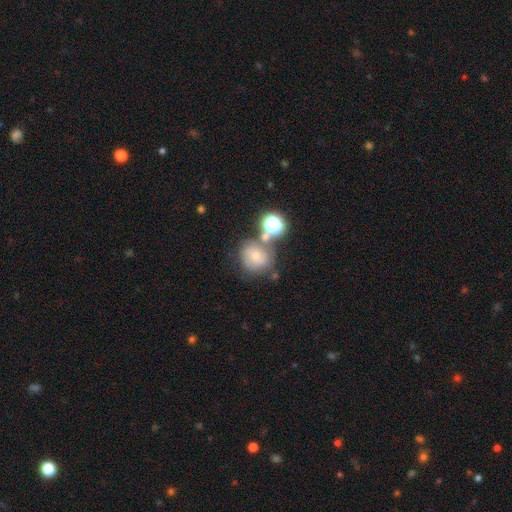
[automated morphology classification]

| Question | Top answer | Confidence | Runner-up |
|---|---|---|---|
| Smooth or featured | smooth | 37% | featured or disk (36%) |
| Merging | none | 58% | merger (19%) |